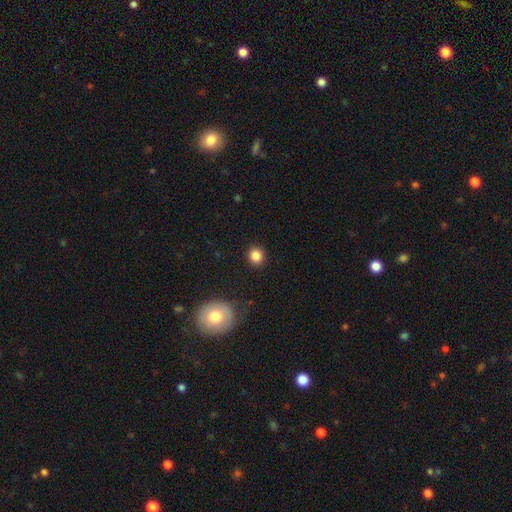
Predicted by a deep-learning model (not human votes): This is clearly a smooth galaxy (85%). How rounded: clearly round (87%). Merging: clearly none (90%).